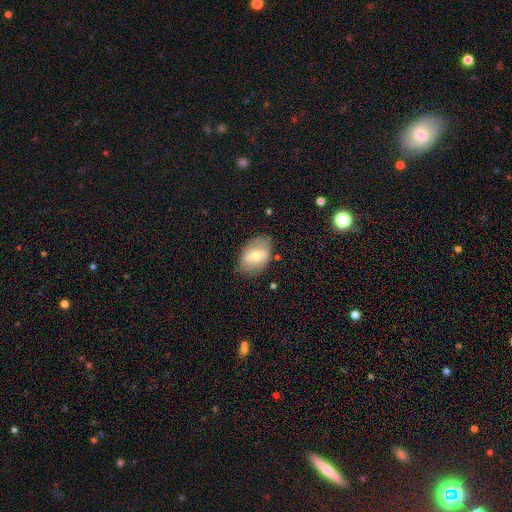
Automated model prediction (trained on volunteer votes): The model was most divided on "smooth or featured": smooth: 60%, featured or disk: 32%, star or artifact: 7%. More confident: how rounded — in between (85%); merging — none (78%).